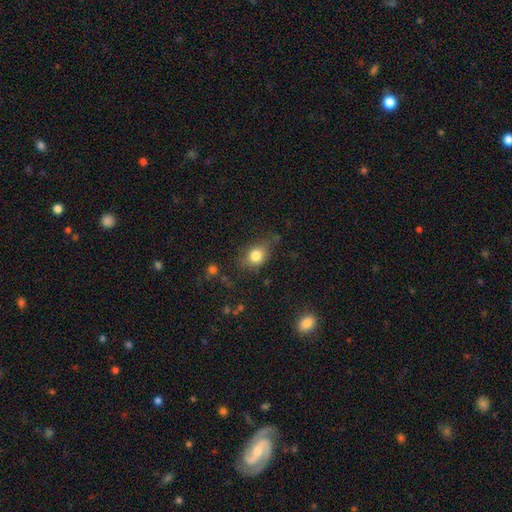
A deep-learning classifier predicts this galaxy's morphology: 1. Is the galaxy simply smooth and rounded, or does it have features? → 81% smooth, 10% star or artifact, 9% featured or disk.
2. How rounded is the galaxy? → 60% in between, 38% round, 2% cigar-shaped.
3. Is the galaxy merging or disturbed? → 70% none, 22% minor disturbance, 6% major disturbance, 2% merger.